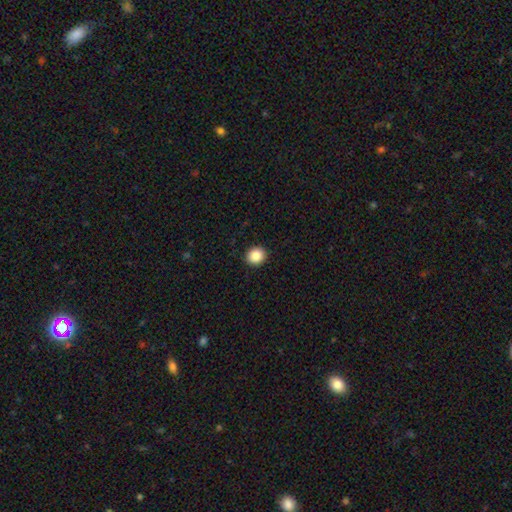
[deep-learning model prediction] smooth_or_featured: smooth (p=0.87) [alt: star or artifact p=0.09]
how_rounded: round (p=0.82) [alt: in between p=0.18]
merging: none (p=0.92) [alt: minor disturbance p=0.05]